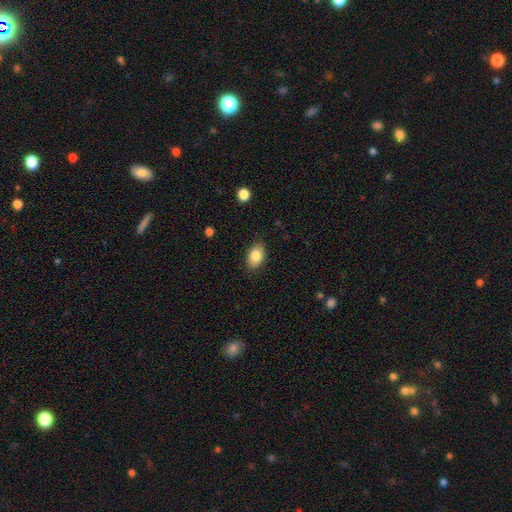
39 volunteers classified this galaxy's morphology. Smooth or featured: smooth — 85% (featured or disk — 10%)
How rounded: in between — 88% (round — 9%)
Merging: none — 73% (minor disturbance — 19%)